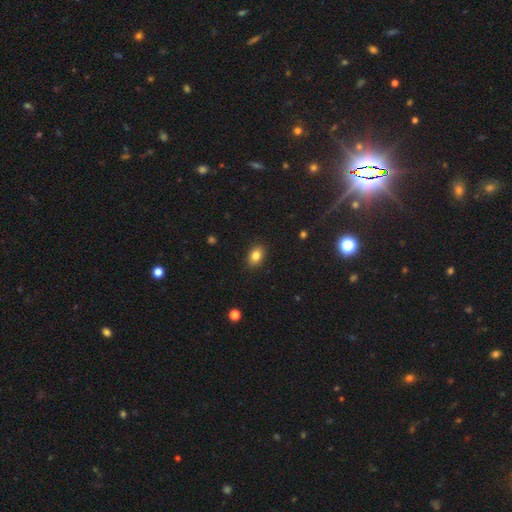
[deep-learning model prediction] smooth-or-featured: smooth: 83% | star or artifact: 10% | featured or disk: 7%
  how-rounded: in between: 78% | round: 21% | cigar-shaped: 1%
  merging: none: 89% | minor disturbance: 8% | major disturbance: 2% | merger: 1%